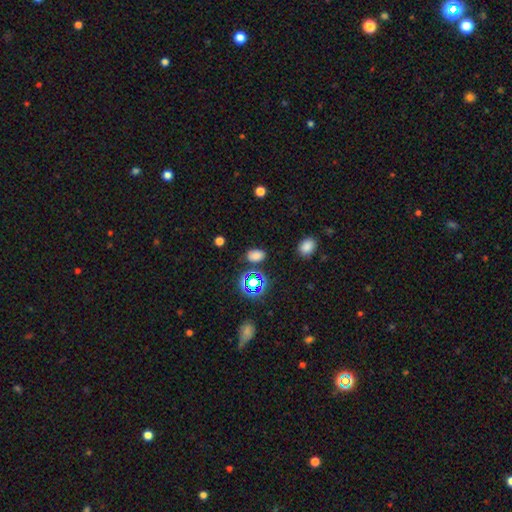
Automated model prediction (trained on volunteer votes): Smooth or featured? Predicted: smooth (p=0.68). How rounded? Predicted: in between (p=0.85). Merging? Predicted: none (p=0.78).